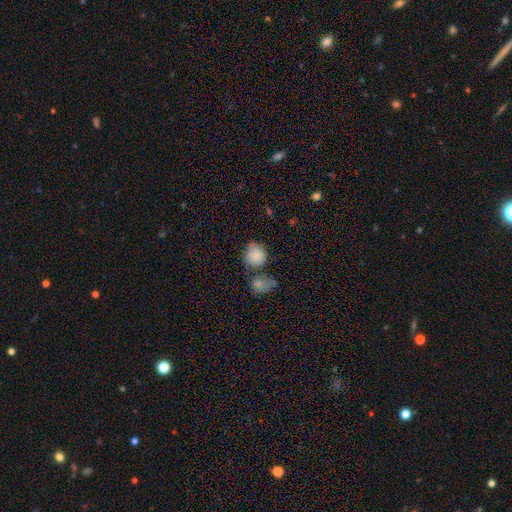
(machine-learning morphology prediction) smooth 85%, star or artifact 9%, featured or disk 6%. Down the decision tree: how rounded — round (79%); merging — none (56%).